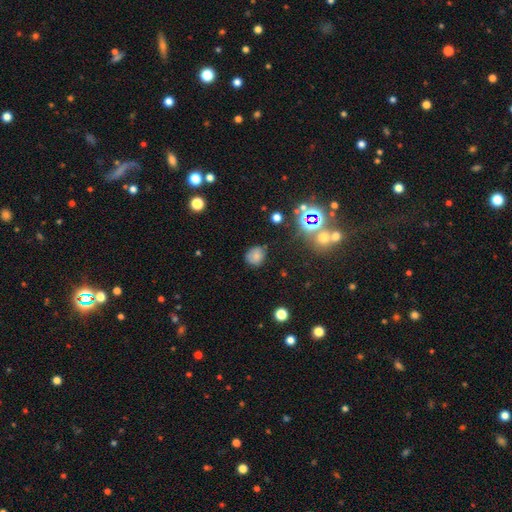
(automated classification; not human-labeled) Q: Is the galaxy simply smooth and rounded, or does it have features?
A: smooth — 72%.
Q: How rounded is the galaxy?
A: round — 69%.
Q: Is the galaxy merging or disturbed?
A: none — 71%.